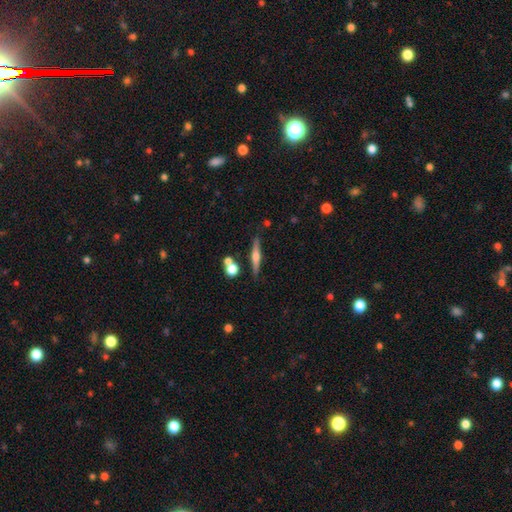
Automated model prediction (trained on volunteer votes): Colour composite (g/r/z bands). It shows a featured or disk galaxy (64%) viewed edge-on (97%) with a rounded central bulge (91%). Merging: none (81%).